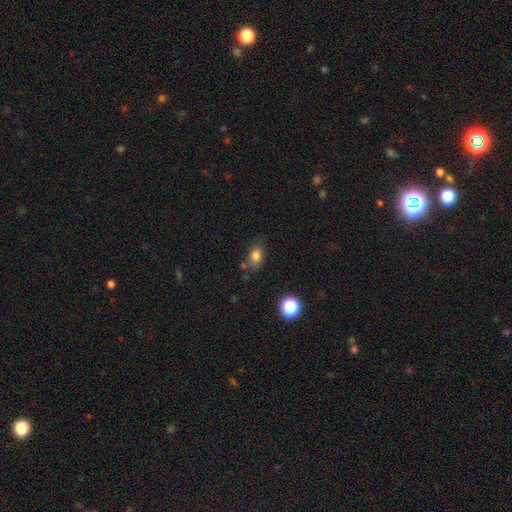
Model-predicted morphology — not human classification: Smooth or featured: smooth — 78% (star or artifact — 12%)
How rounded: in between — 75% (round — 22%)
Merging: none — 71% (minor disturbance — 18%)